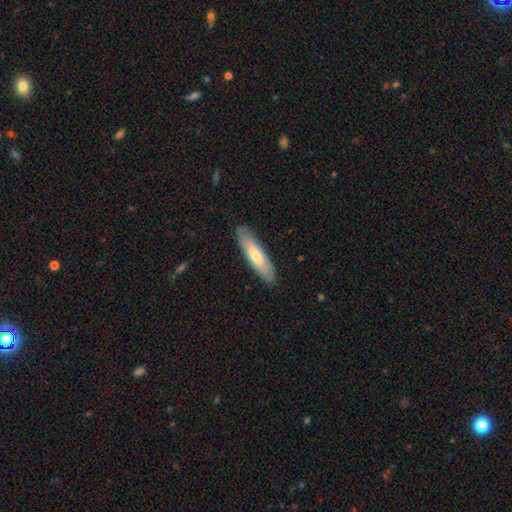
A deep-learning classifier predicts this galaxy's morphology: smooth 62%, featured or disk 32%, star or artifact 6%. Down the decision tree: how rounded — cigar-shaped (73%); merging — none (88%).